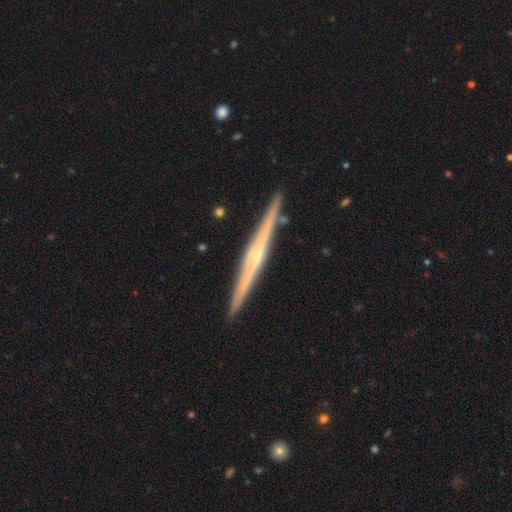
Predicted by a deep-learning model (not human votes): Q: Smooth or featured?
A: featured or disk (77%); runner-up: smooth (17%)
Q: Edge-on disk?
A: yes (98%); runner-up: no (2%)
Q: Edge-on bulge?
A: rounded (47%); runner-up: none (40%)
Q: Merging?
A: none (91%); runner-up: minor disturbance (6%)